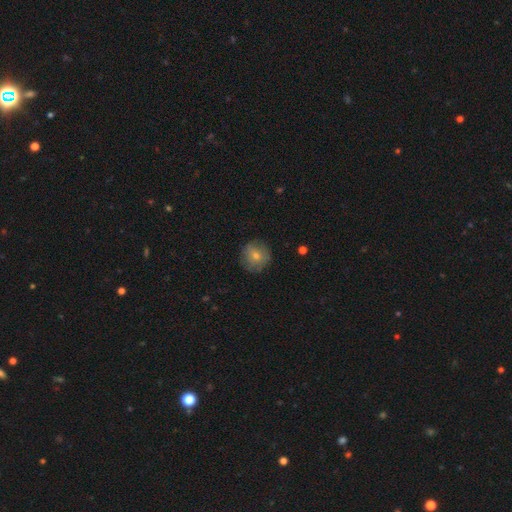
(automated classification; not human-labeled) smooth 72%, featured or disk 20%, star or artifact 9%. Down the decision tree: how rounded — round (91%); merging — none (80%).